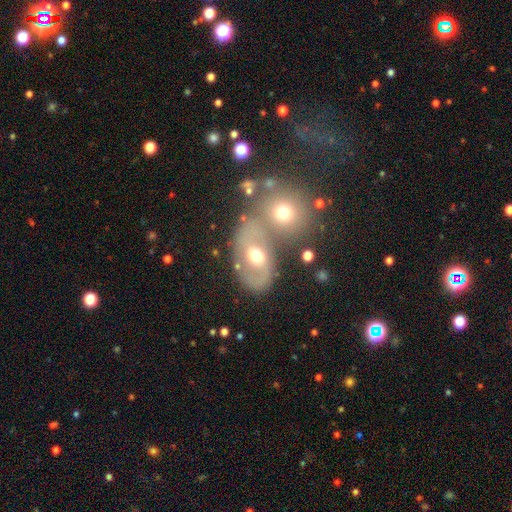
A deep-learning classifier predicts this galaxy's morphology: Smooth or featured? Predicted: featured or disk (p=0.47). Merging? Predicted: merger (p=0.50).